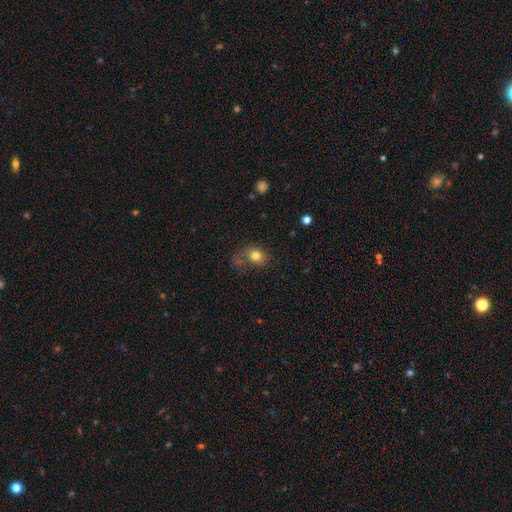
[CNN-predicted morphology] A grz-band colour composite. It shows a smooth galaxy with no disk features (78%) that is round (51%). Merging: none (50%).